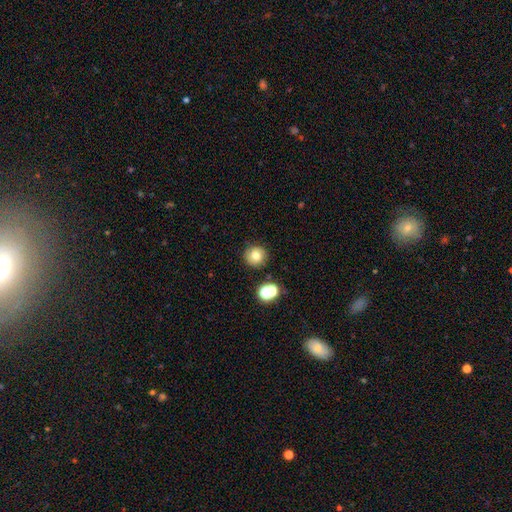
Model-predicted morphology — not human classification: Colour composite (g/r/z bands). It shows a smooth galaxy with no disk features (75%) that is round (91%). Merging: none (85%).